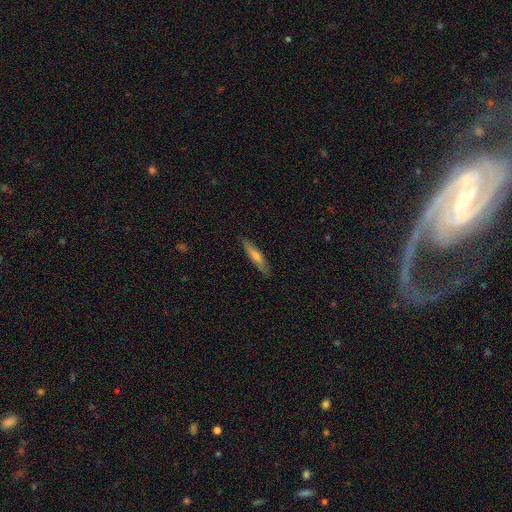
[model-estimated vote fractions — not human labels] Morphology: type=smooth (57%); roundness=cigar-shaped (90%); merging=none (87%).